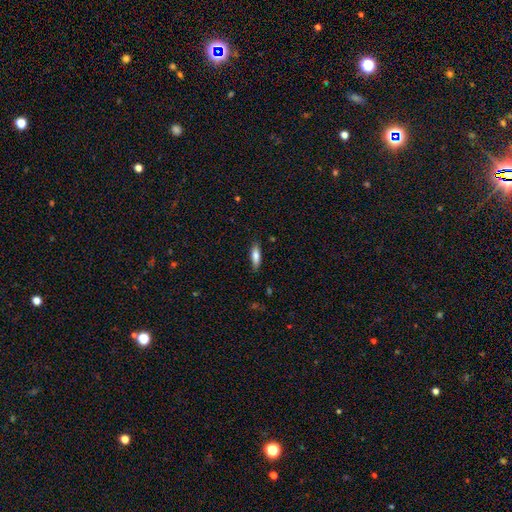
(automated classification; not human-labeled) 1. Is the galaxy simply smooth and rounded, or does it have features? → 78% smooth, 15% featured or disk, 6% star or artifact.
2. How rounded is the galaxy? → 52% cigar-shaped, 47% in between, 2% round.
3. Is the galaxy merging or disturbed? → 82% none, 14% minor disturbance, 3% major disturbance, 1% merger.